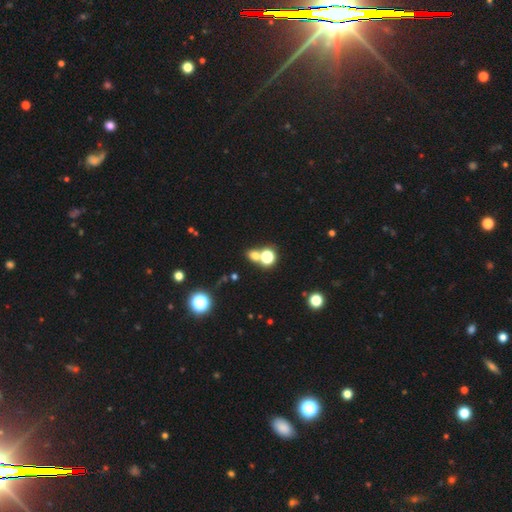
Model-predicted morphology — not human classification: A smooth galaxy with no disk features (63%) that is round (63%). Merging: none (55%).